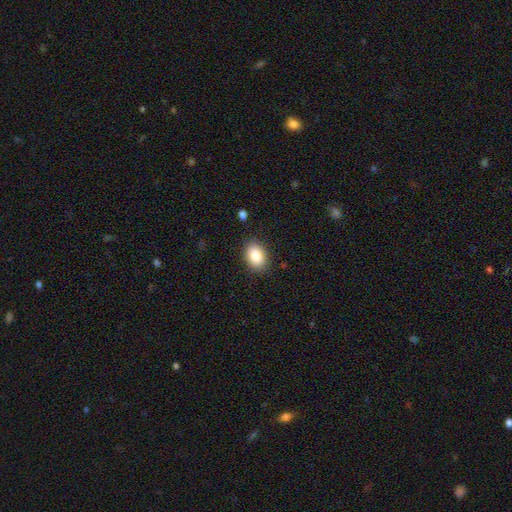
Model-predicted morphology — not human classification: smooth-or-featured: smooth: 86% | star or artifact: 7% | featured or disk: 6%
  how-rounded: in between: 81% | round: 18% | cigar-shaped: 1%
  merging: none: 87% | minor disturbance: 10% | major disturbance: 3% | merger: 1%